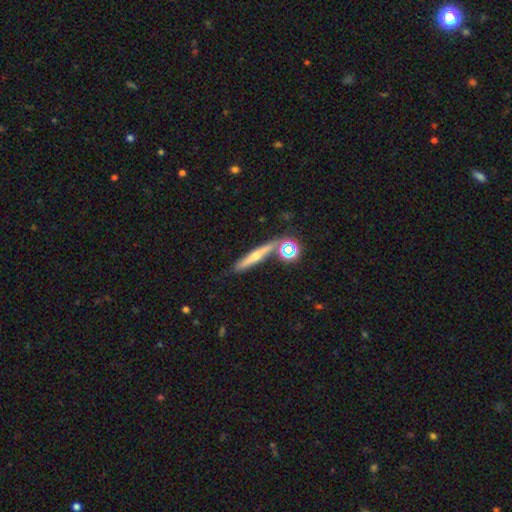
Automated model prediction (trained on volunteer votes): Smooth or featured?
  - featured or disk: 55% *
  - smooth: 34%
  - star or artifact: 11%
Edge-on disk?
  - yes: 92% *
  - no: 8%
Edge-on bulge?
  - rounded: 82% *
  - none: 14%
  - boxy: 4%
Merging?
  - none: 73% *
  - minor disturbance: 12%
  - merger: 12%
  - major disturbance: 4%